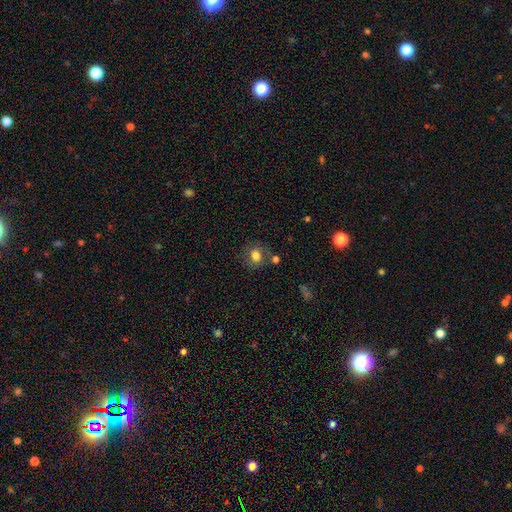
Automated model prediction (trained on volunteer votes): The model was most divided on "how rounded": round: 71%, in between: 28%, cigar-shaped: 1%. More confident: smooth or featured — smooth (79%); merging — none (73%).